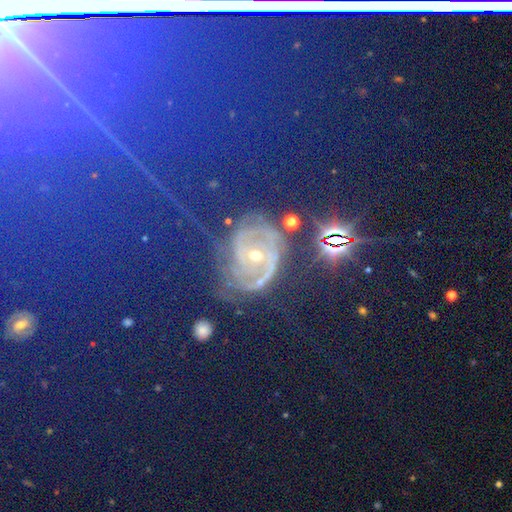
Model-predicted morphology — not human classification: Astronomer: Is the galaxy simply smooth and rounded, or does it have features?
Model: star or artifact — 54%.